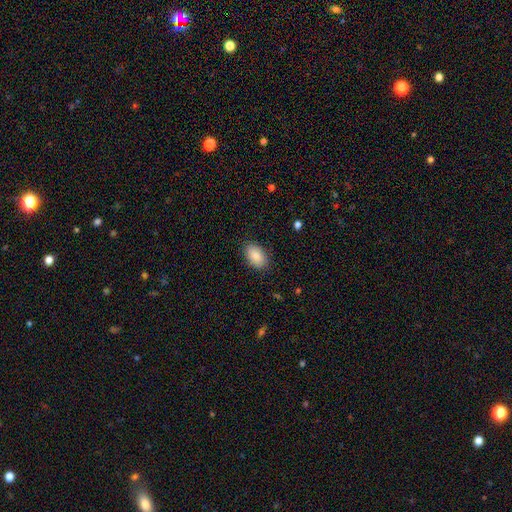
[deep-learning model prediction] smooth-or-featured: smooth: 87% | star or artifact: 7% | featured or disk: 6%
  how-rounded: in between: 92% | round: 7% | cigar-shaped: 1%
  merging: none: 86% | minor disturbance: 10% | major disturbance: 3% | merger: 1%